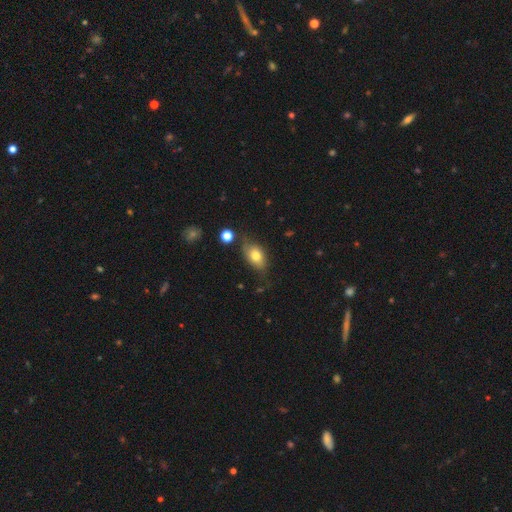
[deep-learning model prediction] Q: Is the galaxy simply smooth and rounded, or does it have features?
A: smooth — 73%.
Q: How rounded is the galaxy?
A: in between — 84%.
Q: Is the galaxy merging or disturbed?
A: none — 66%.